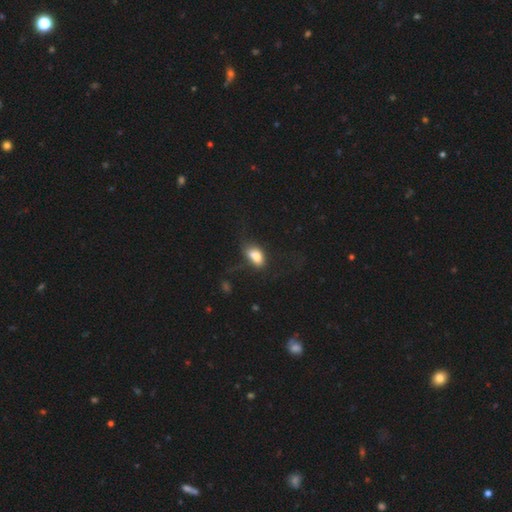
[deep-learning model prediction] Smooth or featured? Predicted: smooth (p=0.75). How rounded? Predicted: in between (p=0.86). Merging? Predicted: none (p=0.36).